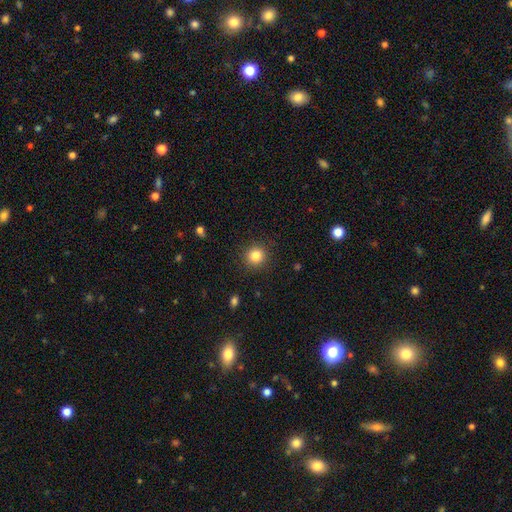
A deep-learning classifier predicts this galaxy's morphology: This appears to be a smooth galaxy with no disk features (83%) that is round (93%). Merging: none (91%).